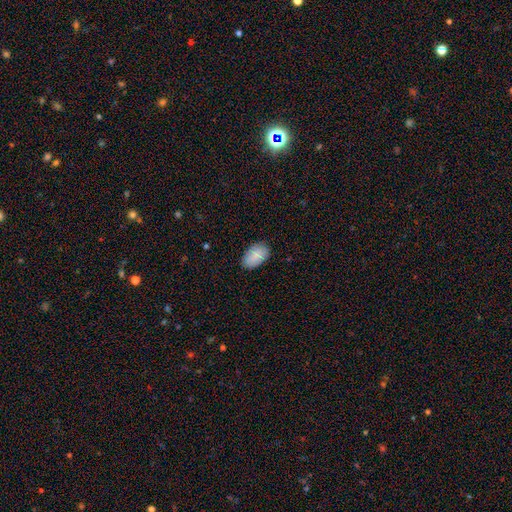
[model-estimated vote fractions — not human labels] Smooth or featured?
  - smooth: 88% *
  - star or artifact: 6%
  - featured or disk: 6%
How rounded?
  - in between: 93% *
  - round: 6%
  - cigar-shaped: 1%
Merging?
  - none: 83% *
  - minor disturbance: 13%
  - major disturbance: 2%
  - merger: 1%